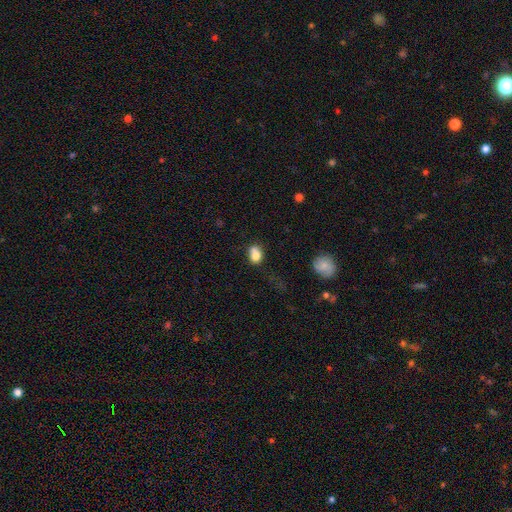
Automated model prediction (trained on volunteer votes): smooth_or_featured: smooth (p=0.77) [alt: featured or disk p=0.13]
how_rounded: in between (p=0.52) [alt: round p=0.47]
merging: none (p=0.39) [alt: merger p=0.35]